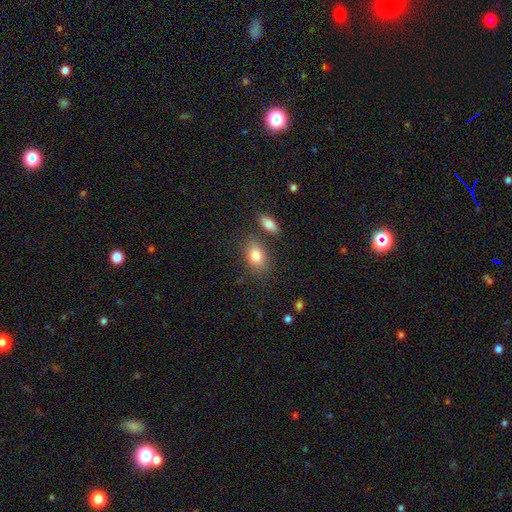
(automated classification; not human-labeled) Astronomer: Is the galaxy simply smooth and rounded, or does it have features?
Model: smooth — 82%.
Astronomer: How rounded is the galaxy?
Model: in between — 84%.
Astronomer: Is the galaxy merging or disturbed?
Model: none — 72%.